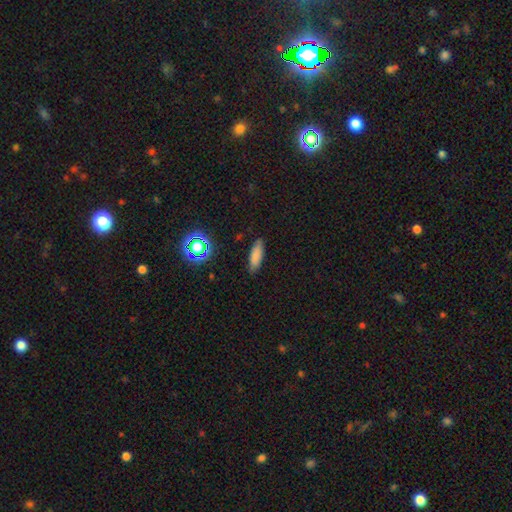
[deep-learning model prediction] Overall: smooth (80%). How rounded: in between (56%; cigar-shaped 42%). Merging: none (84%).